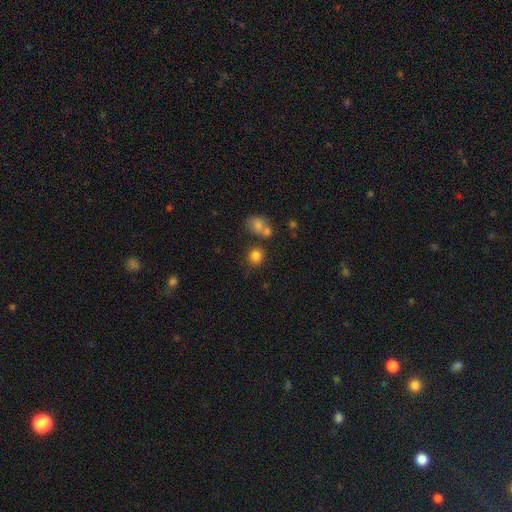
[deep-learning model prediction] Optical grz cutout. It shows a smooth galaxy with no disk features (82%) that is round (84%). Merging: none (71%).